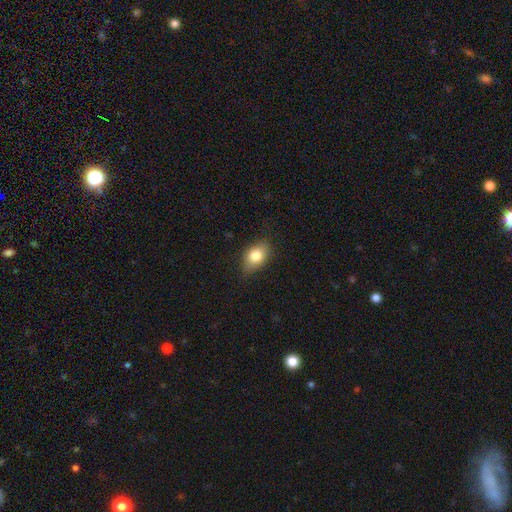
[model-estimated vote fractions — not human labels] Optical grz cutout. It shows a smooth galaxy with no disk features (78%) that is in between round and cigar-shaped (77%). Merging: none (78%).